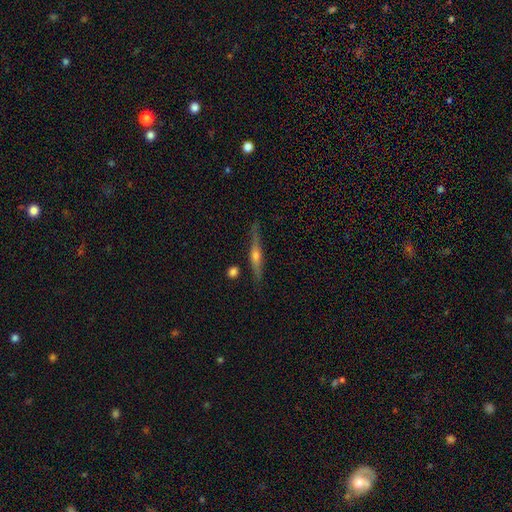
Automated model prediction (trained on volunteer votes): featured or disk 74%, smooth 19%, star or artifact 7%. Down the decision tree: edge-on disk — yes (97%); edge-on bulge — rounded (89%); merging — none (85%).